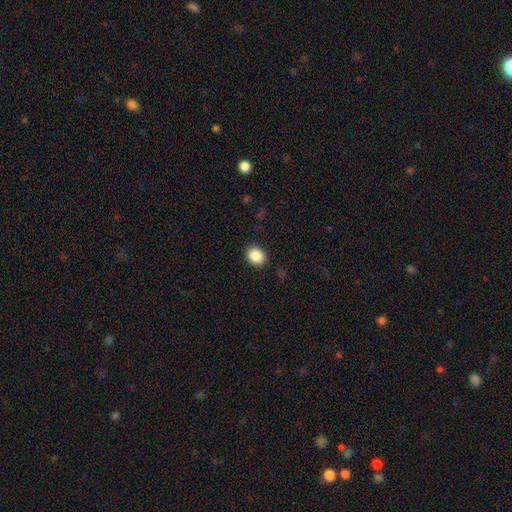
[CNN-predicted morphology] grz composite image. It shows a smooth galaxy with no disk features (87%) that is round (55%). Merging: none (89%).